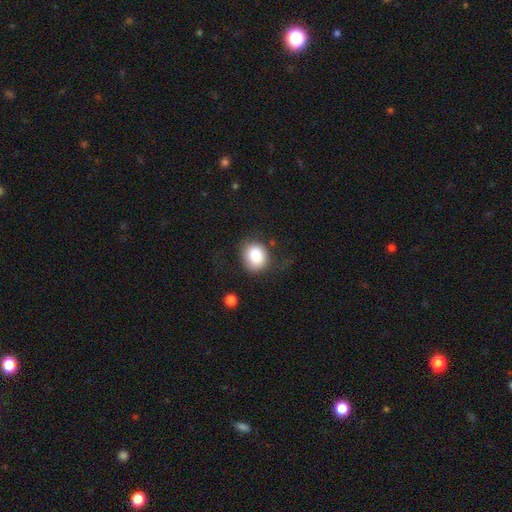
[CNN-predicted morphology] smooth-or-featured: smooth: 86% | star or artifact: 8% | featured or disk: 6%
  how-rounded: round: 71% | in between: 28% | cigar-shaped: 1%
  merging: none: 65% | minor disturbance: 20% | major disturbance: 12% | merger: 3%